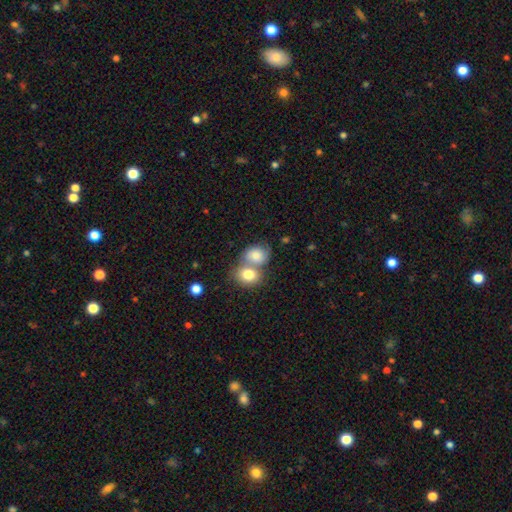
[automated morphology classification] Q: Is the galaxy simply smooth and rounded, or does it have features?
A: smooth — 73%.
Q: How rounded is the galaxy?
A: round — 57%.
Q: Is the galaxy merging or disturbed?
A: merger — 63%.